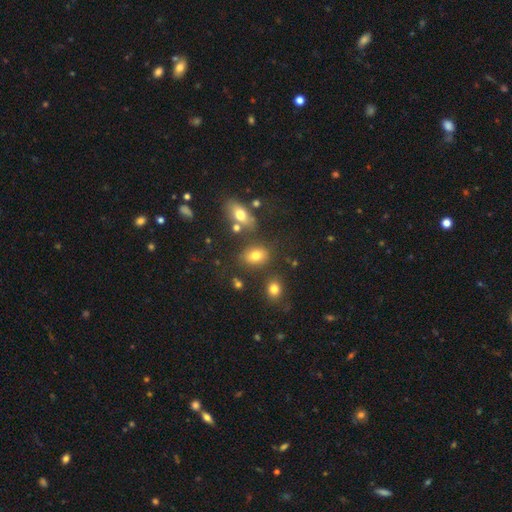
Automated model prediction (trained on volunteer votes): Overall: smooth (76%). How rounded: in between (77%). Merging: none (71%).